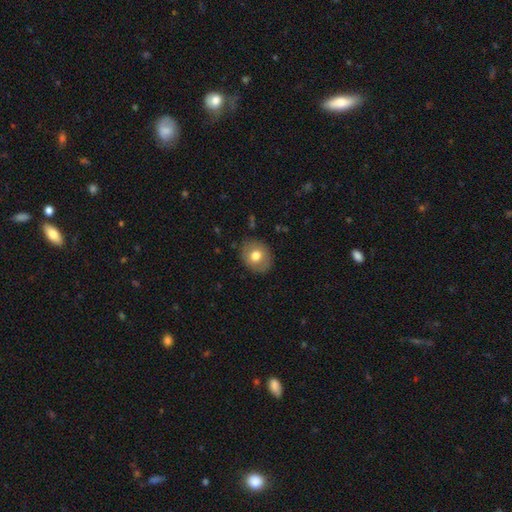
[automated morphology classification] This is likely a smooth galaxy (70%). How rounded: likely round (63%). Merging: clearly none (86%).